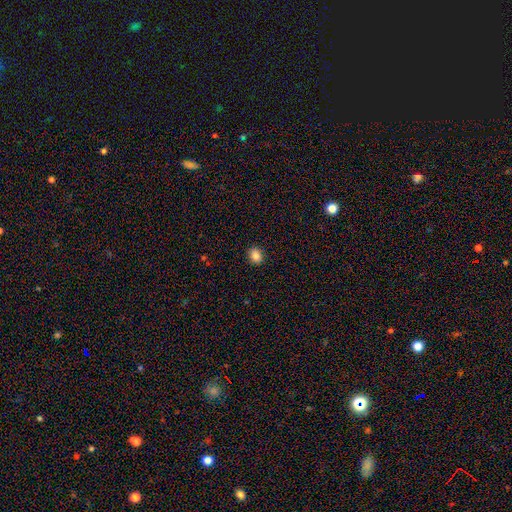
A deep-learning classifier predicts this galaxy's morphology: Overall: smooth (86%). How rounded: round (56%; in between 43%). Merging: none (91%).